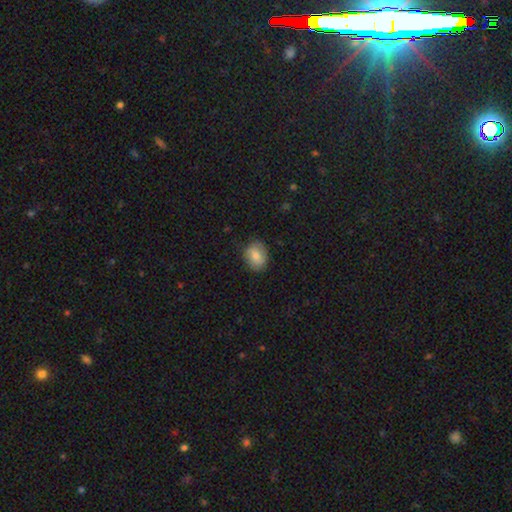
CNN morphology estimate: type=smooth (76%); roundness=in between (53%); merging=none (80%).